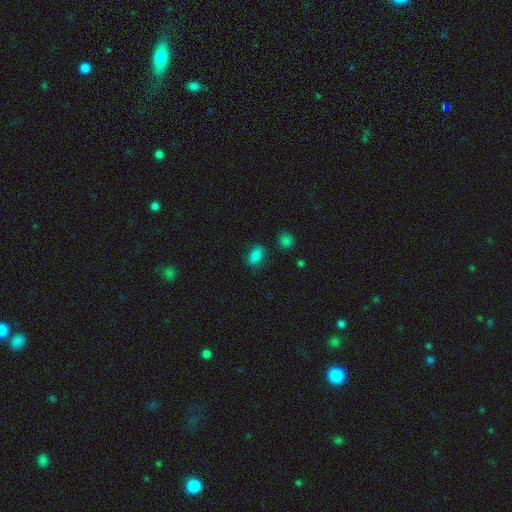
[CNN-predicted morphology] smooth 81%, star or artifact 12%, featured or disk 7%. Down the decision tree: how rounded — in between (82%); merging — none (77%).